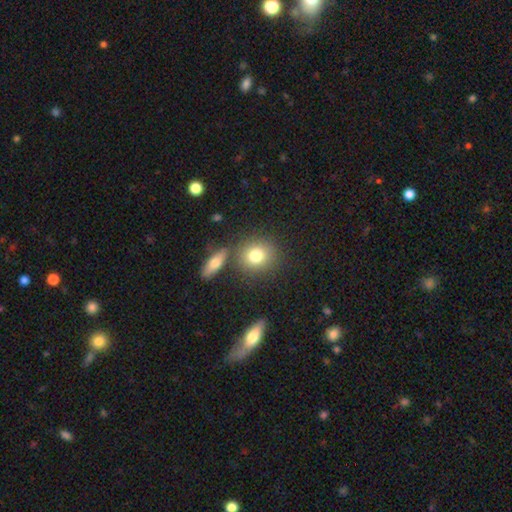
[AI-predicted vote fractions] Smooth or featured: smooth — 79% (featured or disk — 11%)
How rounded: round — 77% (in between — 21%)
Merging: none — 73% (merger — 14%)